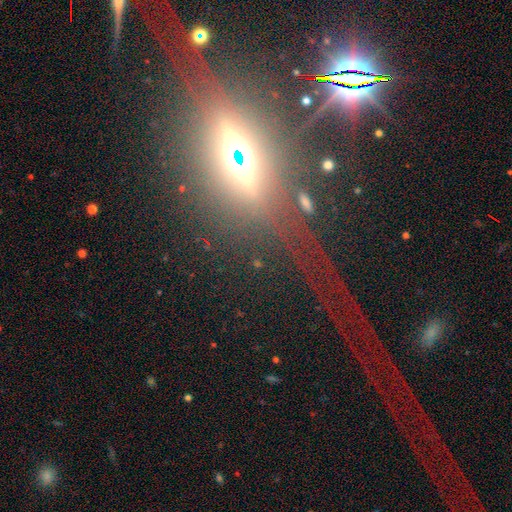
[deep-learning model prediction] Smooth or featured? Predicted: featured or disk (p=0.52). Edge-on disk? Predicted: yes (p=0.71). Merging? Predicted: none (p=0.52).